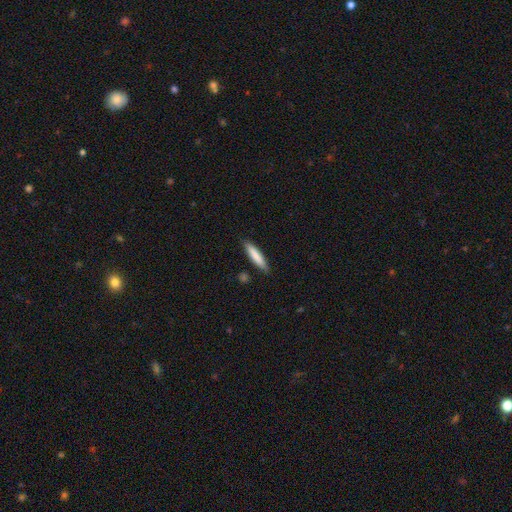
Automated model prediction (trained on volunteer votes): smooth_or_featured: smooth (p=0.80) [alt: featured or disk p=0.14]
how_rounded: cigar-shaped (p=0.88) [alt: in between p=0.11]
merging: none (p=0.87) [alt: minor disturbance p=0.09]